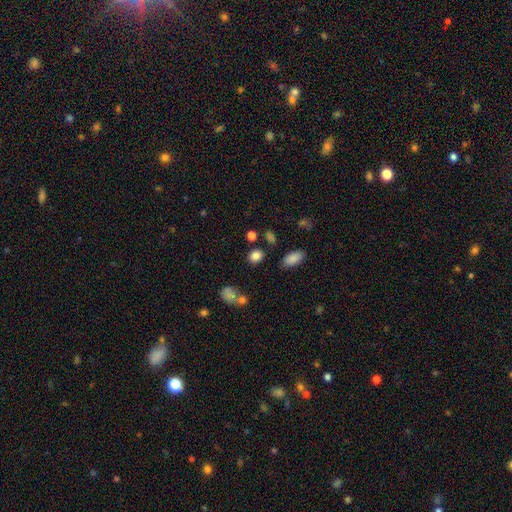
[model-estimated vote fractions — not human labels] Morphology: type=smooth (83%); roundness=round (55%); merging=none (80%).